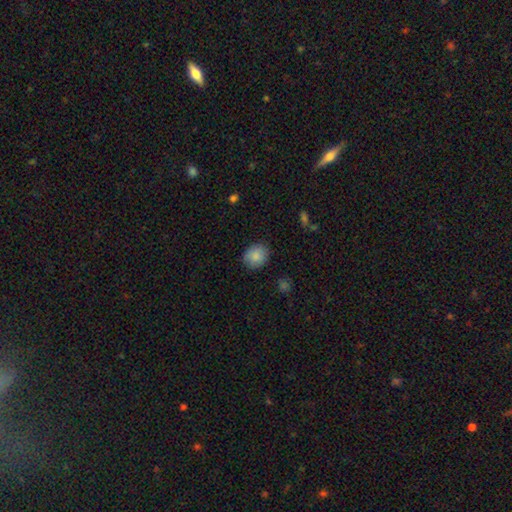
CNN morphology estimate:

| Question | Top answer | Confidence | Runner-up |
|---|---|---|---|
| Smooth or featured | smooth | 86% | star or artifact (8%) |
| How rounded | round | 68% | in between (31%) |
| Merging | none | 84% | minor disturbance (12%) |